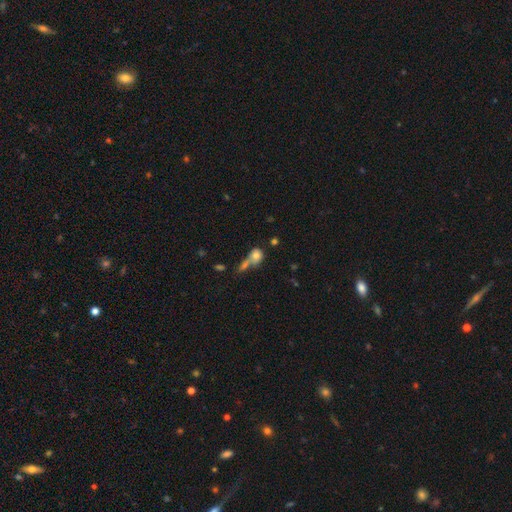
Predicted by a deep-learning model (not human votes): Smooth or featured? smooth (75%)
How rounded? round (59%)
Merging? merger (48%)